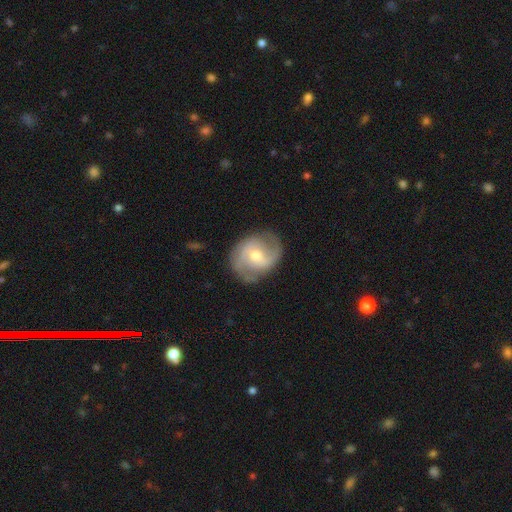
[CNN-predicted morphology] Smooth or featured?
  - featured or disk: 81% *
  - smooth: 14%
  - star or artifact: 5%
Edge-on disk?
  - no: 98% *
  - yes: 2%
Bar?
  - weak: 45% * (tied)
  - no: 45% * (tied)
  - strong: 10%
Spiral arms?
  - yes: 94% *
  - no: 6%
Spiral winding?
  - medium: 49% *
  - tight: 30%
  - loose: 21%
Spiral arm count?
  - 2: 79% *
  - can't tell: 8%
  - 3: 6%
  - 1: 3%
  - 4: 2%
  - more than 4: 2%
Bulge size?
  - moderate: 66% *
  - small: 28%
  - large: 4%
  - none: 1%
  - dominant: 1%
Merging?
  - none: 76% *
  - minor disturbance: 16%
  - major disturbance: 6%
  - merger: 1%